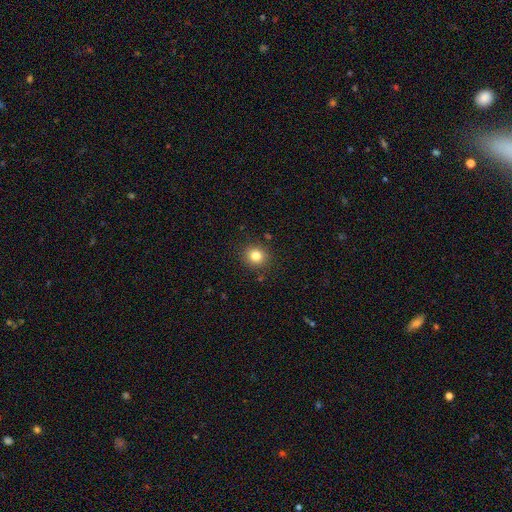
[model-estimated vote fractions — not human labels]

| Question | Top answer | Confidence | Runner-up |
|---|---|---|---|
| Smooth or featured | smooth | 81% | star or artifact (12%) |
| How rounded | round | 87% | in between (12%) |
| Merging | none | 88% | minor disturbance (8%) |